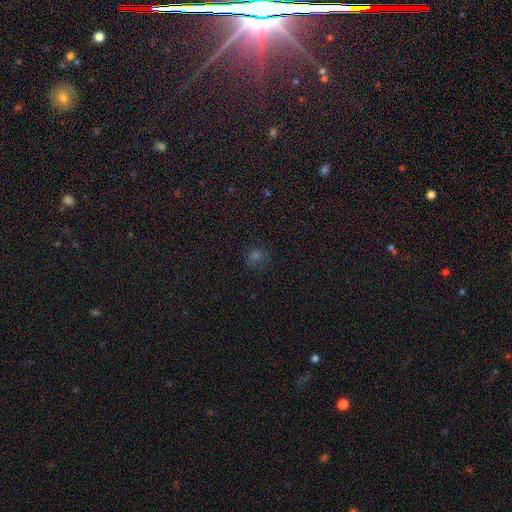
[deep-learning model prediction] This is likely a smooth galaxy (62%). How rounded: clearly round (82%). Merging: likely none (79%).